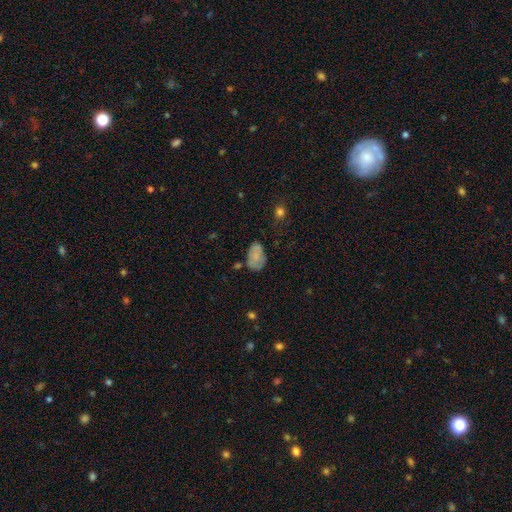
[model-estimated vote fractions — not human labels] Smooth or featured? smooth (72%)
How rounded? in between (88%)
Merging? none (57%)